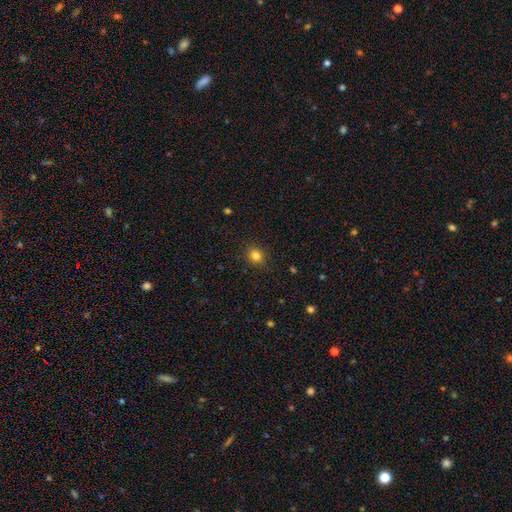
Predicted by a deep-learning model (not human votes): Overall: smooth (83%). How rounded: round (84%). Merging: none (90%).